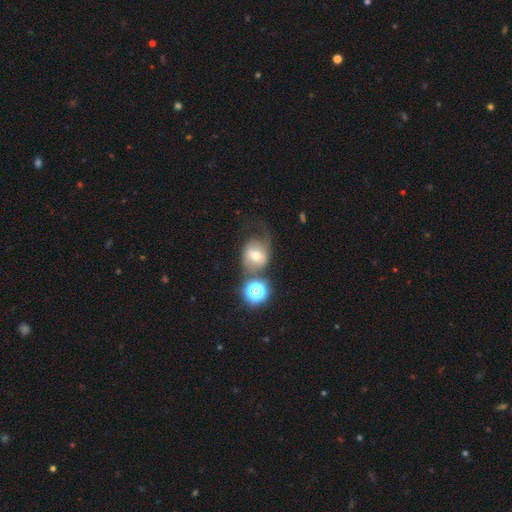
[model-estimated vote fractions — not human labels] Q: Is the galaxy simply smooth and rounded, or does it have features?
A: smooth — 48%.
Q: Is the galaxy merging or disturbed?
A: none — 36%.